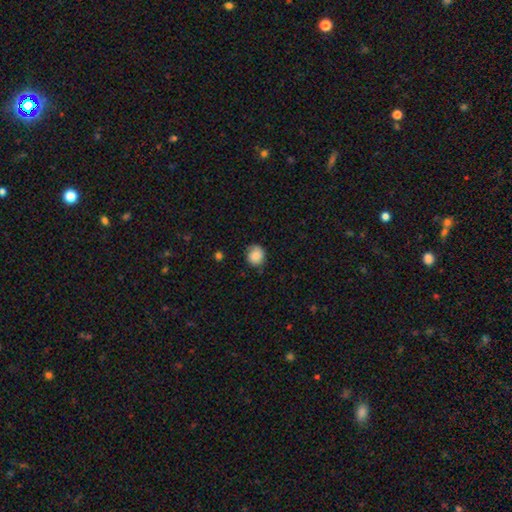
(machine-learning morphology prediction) type=smooth (85%); roundness=round (87%); merging=none (78%).